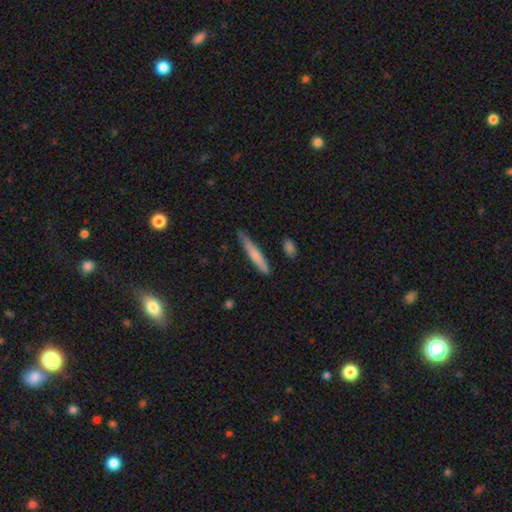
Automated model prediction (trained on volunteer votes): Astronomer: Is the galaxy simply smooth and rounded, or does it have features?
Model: smooth — 71%.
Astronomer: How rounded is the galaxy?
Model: cigar-shaped — 93%.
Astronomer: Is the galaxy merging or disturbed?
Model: none — 72%.